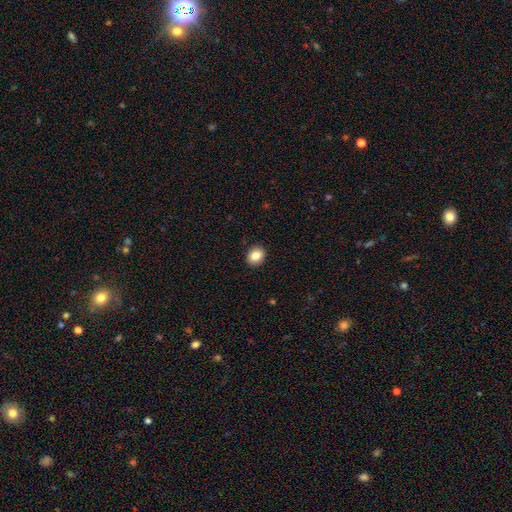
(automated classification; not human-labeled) smooth_or_featured: smooth (p=0.84) [alt: star or artifact p=0.09]
how_rounded: round (p=0.62) [alt: in between p=0.37]
merging: none (p=0.91) [alt: minor disturbance p=0.06]